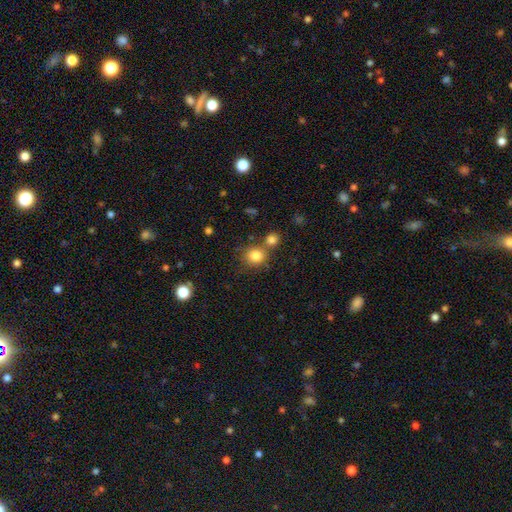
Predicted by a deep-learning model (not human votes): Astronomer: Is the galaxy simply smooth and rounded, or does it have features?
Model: smooth — 82%.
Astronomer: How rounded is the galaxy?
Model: round — 85%.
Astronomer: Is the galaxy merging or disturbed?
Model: none — 62%.